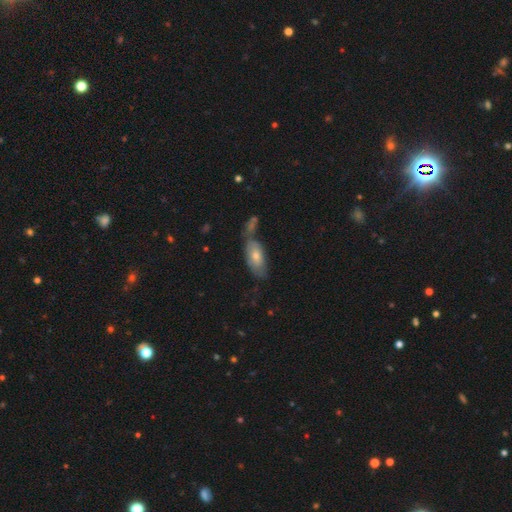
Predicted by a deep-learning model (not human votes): Smooth or featured? smooth (61%)
How rounded? in between (85%)
Merging? none (49%)